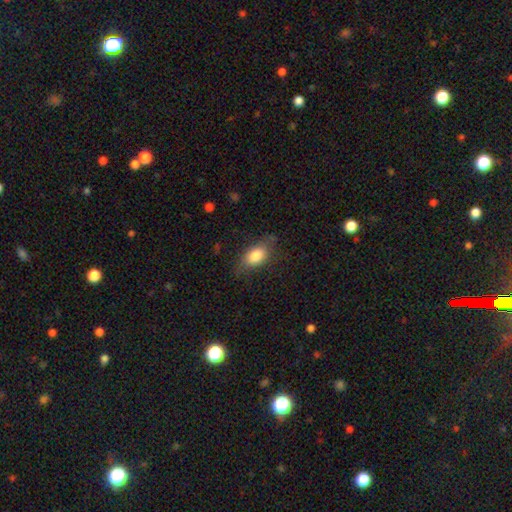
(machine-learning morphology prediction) smooth 79%, featured or disk 14%, star or artifact 7%. Down the decision tree: how rounded — in between (87%); merging — none (65%).